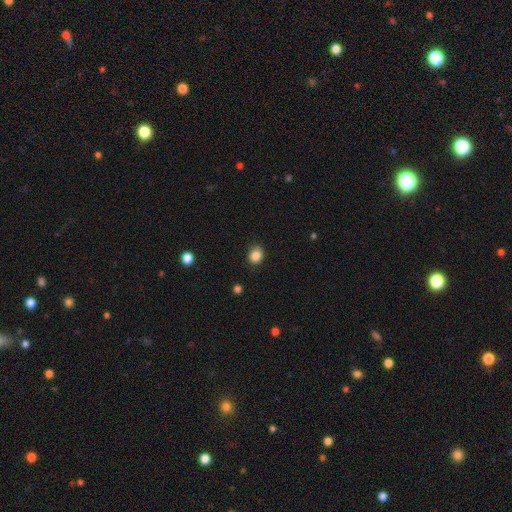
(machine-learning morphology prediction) type=smooth (85%); roundness=round (65%); merging=none (81%).